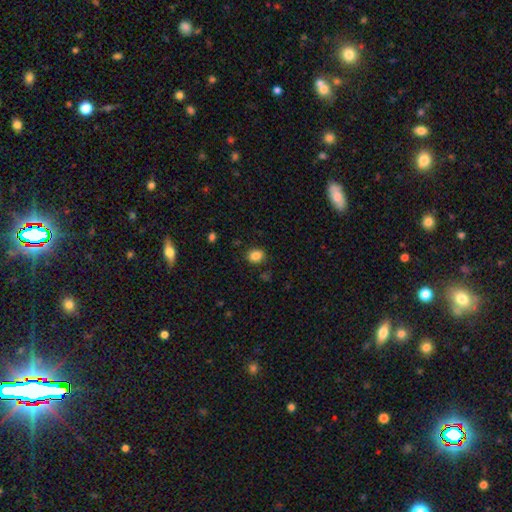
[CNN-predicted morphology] A smooth galaxy with no disk features (85%) that is round (55%). Merging: none (85%).